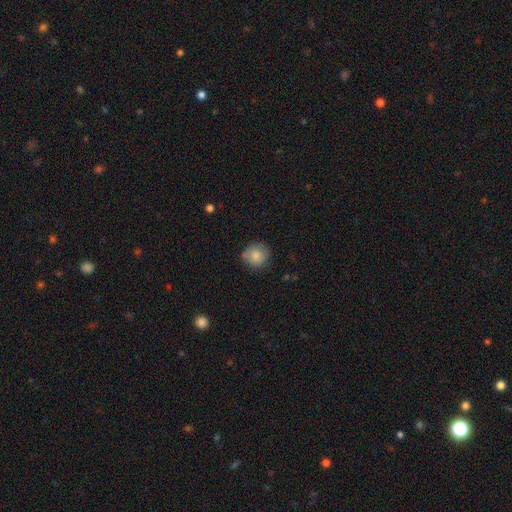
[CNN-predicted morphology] This appears to be a smooth galaxy with no disk features (82%) that is round (89%). Merging: none (74%).